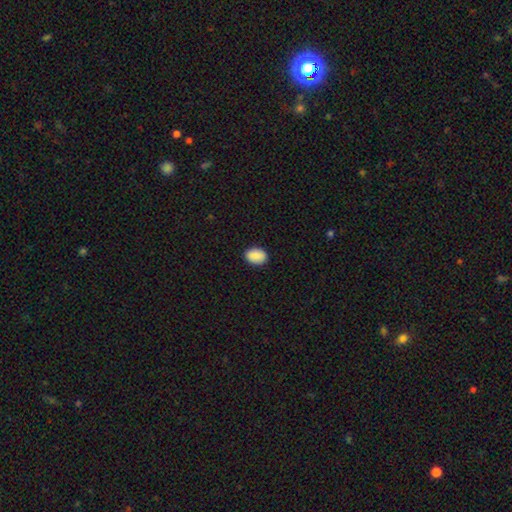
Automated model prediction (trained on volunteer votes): smooth 90%, star or artifact 7%, featured or disk 3%. Down the decision tree: how rounded — in between (81%); merging — none (89%).